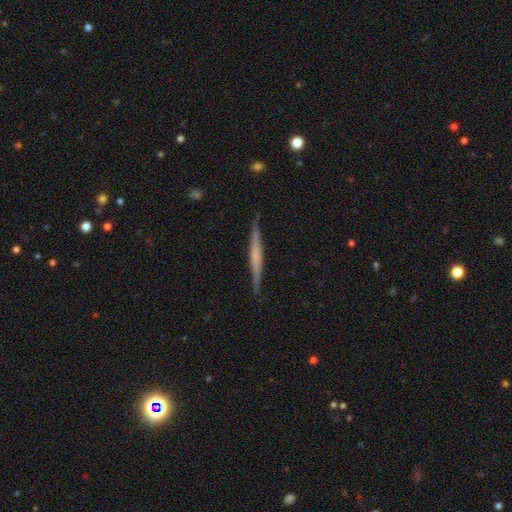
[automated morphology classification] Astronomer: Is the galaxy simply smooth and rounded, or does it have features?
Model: featured or disk — 64%.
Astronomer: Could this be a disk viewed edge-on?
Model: yes — 98%.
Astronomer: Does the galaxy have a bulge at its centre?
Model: none — 51% (runner-up: rounded, 28%).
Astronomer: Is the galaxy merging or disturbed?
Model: none — 88%.